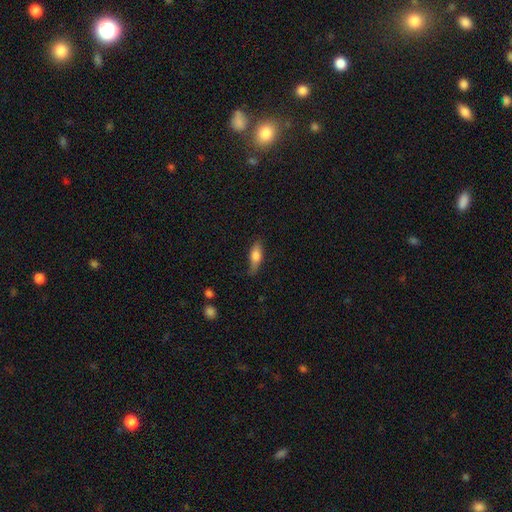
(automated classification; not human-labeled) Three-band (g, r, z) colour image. It shows a smooth galaxy with no disk features (69%) that is in between round and cigar-shaped (65%). Merging: none (68%).